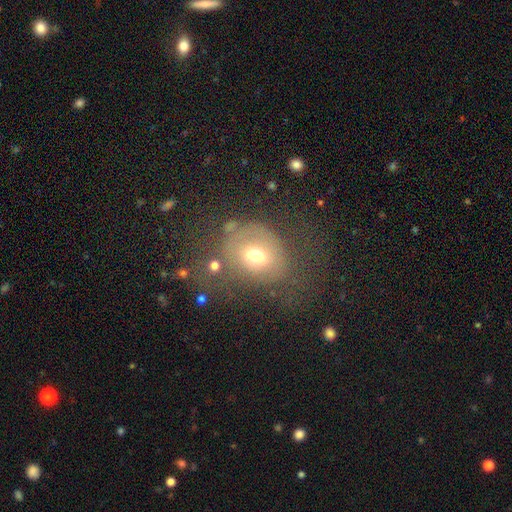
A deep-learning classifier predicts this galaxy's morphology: smooth-or-featured: smooth: 58% | featured or disk: 30% | star or artifact: 13%
  how-rounded: in between: 51% | round: 48% | cigar-shaped: 1%
  merging: none: 47% | major disturbance: 26% | minor disturbance: 21% | merger: 6%